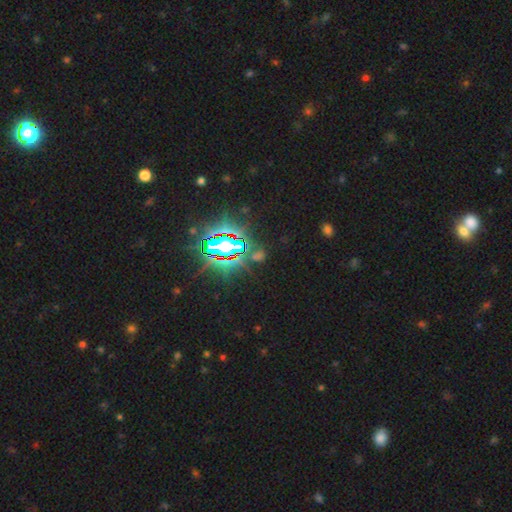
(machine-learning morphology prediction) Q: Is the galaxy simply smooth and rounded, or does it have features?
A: star or artifact — 80%.